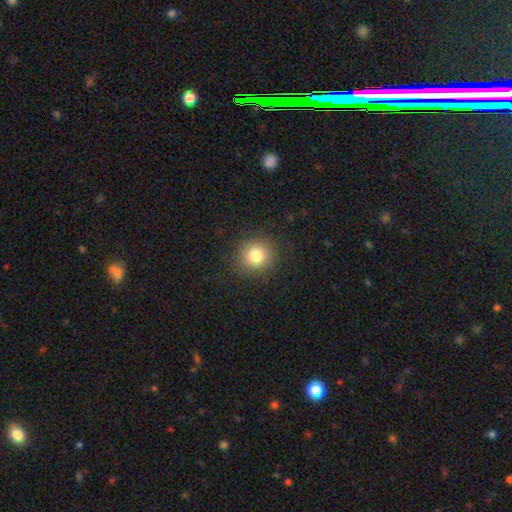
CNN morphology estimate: Q: Smooth or featured?
A: smooth (81%); runner-up: star or artifact (11%)
Q: How rounded?
A: round (85%); runner-up: in between (14%)
Q: Merging?
A: none (89%); runner-up: minor disturbance (7%)